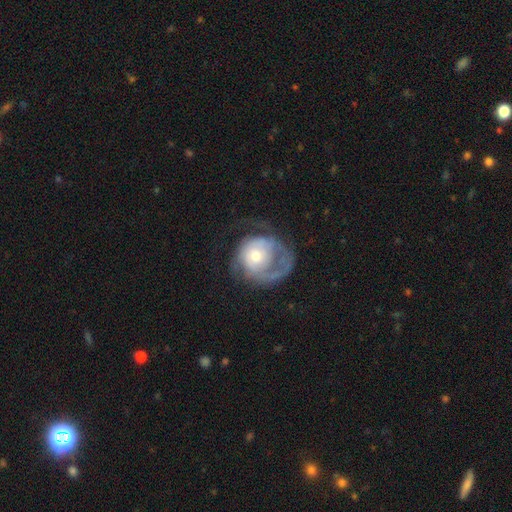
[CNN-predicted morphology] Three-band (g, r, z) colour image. It shows a featured or disk galaxy (67%) with no bar (80%), spiral arms (76%) and a moderate central bulge (56%). Merging: major disturbance (43%).